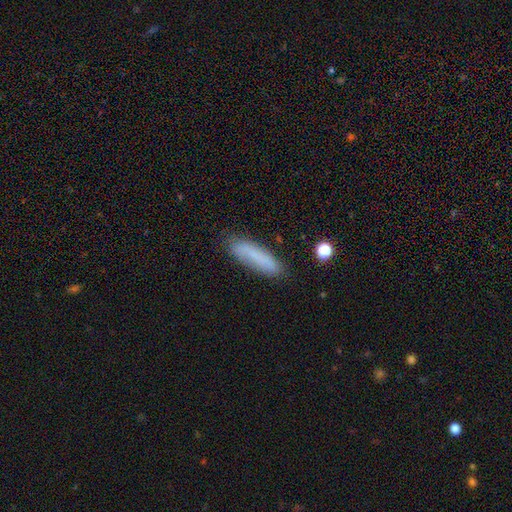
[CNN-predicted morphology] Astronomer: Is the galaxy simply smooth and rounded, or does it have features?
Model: smooth — 73%.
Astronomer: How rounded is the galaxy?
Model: cigar-shaped — 74%.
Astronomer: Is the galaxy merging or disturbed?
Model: none — 77%.